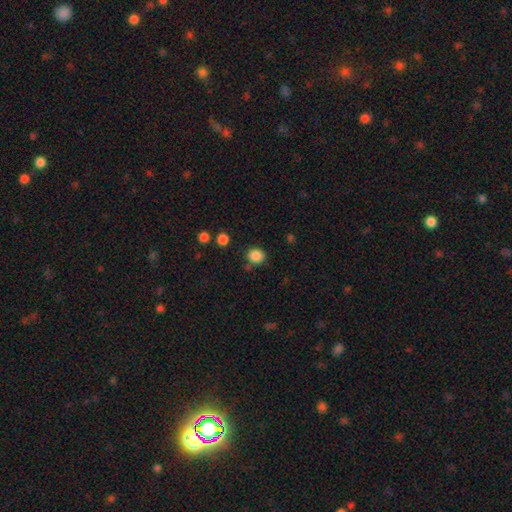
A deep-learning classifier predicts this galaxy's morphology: type=smooth (86%); roundness=round (81%); merging=none (79%).